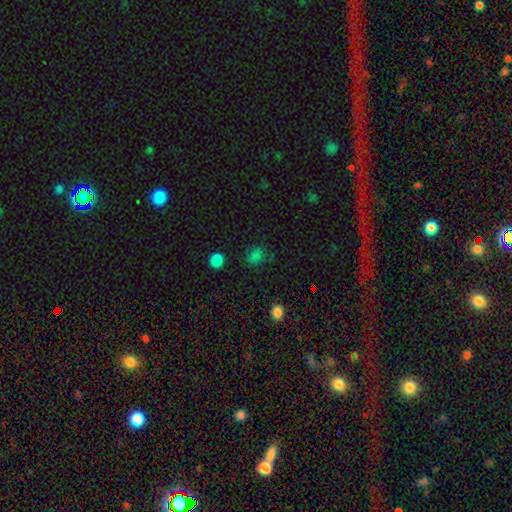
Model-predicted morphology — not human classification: A smooth galaxy with no disk features (73%) that is round (56%). Merging: none (75%).